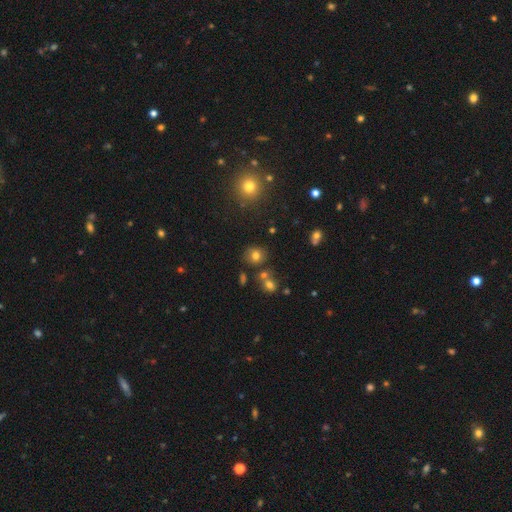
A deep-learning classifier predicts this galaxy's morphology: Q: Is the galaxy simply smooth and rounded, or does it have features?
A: smooth — 73%.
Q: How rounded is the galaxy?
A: round — 82%.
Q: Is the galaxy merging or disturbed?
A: none — 77%.